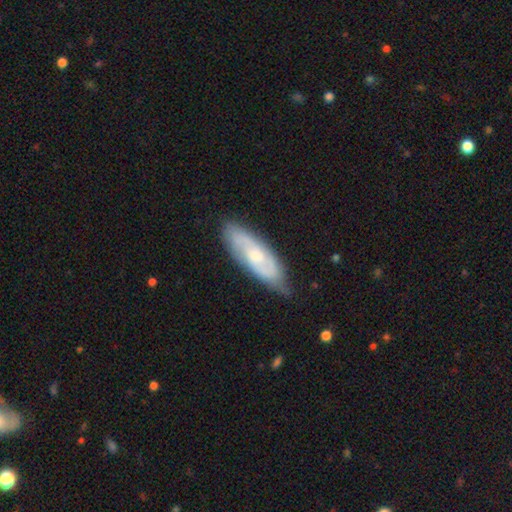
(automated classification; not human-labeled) smooth_or_featured: featured or disk (p=0.67) [alt: smooth p=0.28]
disk_edge_on: no (p=0.86) [alt: yes p=0.14]
bar: no (p=0.60) [alt: weak p=0.34]
has_spiral_arms: yes (p=0.87) [alt: no p=0.13]
bulge_size: small (p=0.47) [alt: moderate p=0.46]
merging: none (p=0.74) [alt: minor disturbance p=0.21]